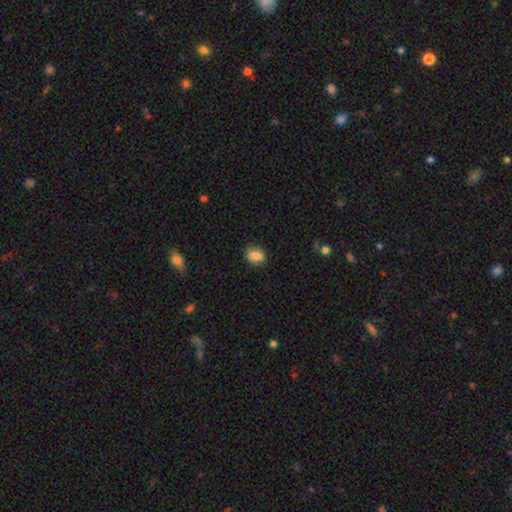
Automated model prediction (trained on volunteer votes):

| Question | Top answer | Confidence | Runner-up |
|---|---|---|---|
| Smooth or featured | smooth | 83% | star or artifact (9%) |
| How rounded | in between | 63% | round (36%) |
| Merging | none | 83% | minor disturbance (13%) |